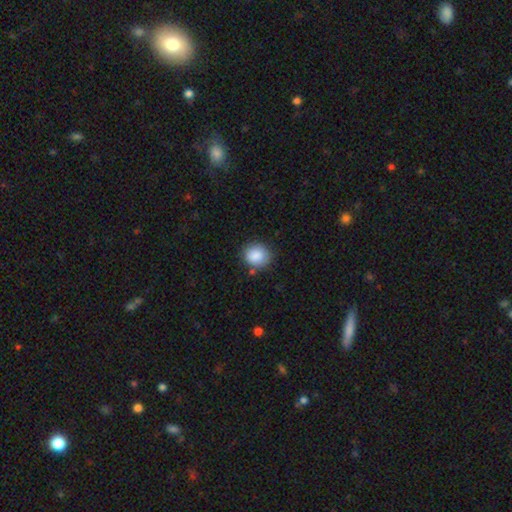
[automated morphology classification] Smooth or featured? smooth (88%)
How rounded? round (76%)
Merging? none (81%)